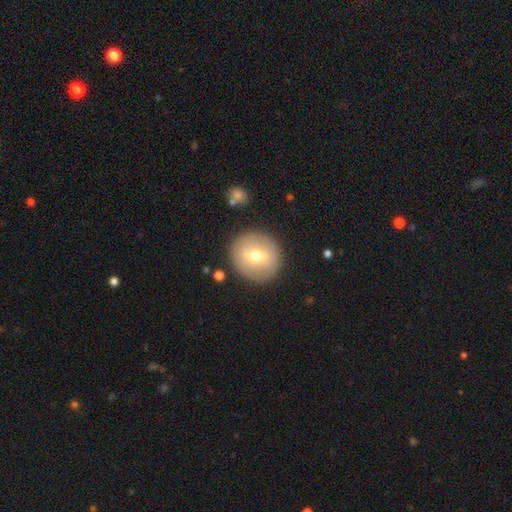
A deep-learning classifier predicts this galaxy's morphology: type=smooth (54%); roundness=round (90%); merging=none (88%).